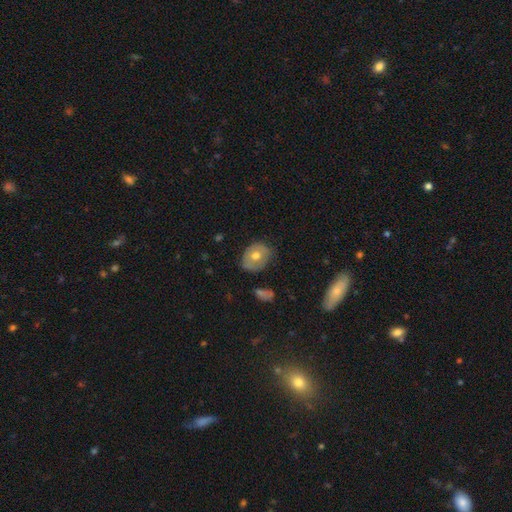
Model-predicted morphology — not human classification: Smooth or featured? smooth (55%)
How rounded? round (55%)
Merging? none (74%)